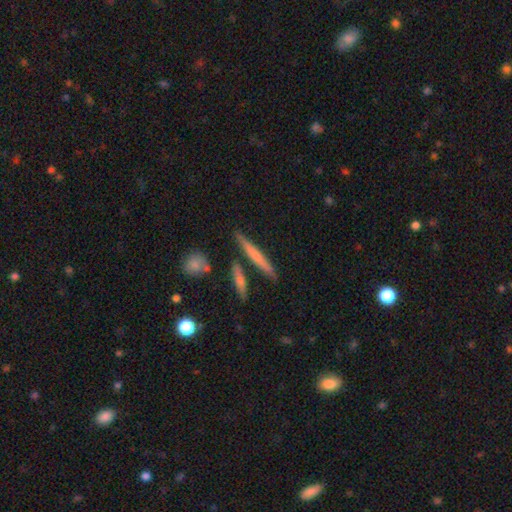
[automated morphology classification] Smooth or featured? smooth (58%)
How rounded? cigar-shaped (94%)
Merging? none (82%)